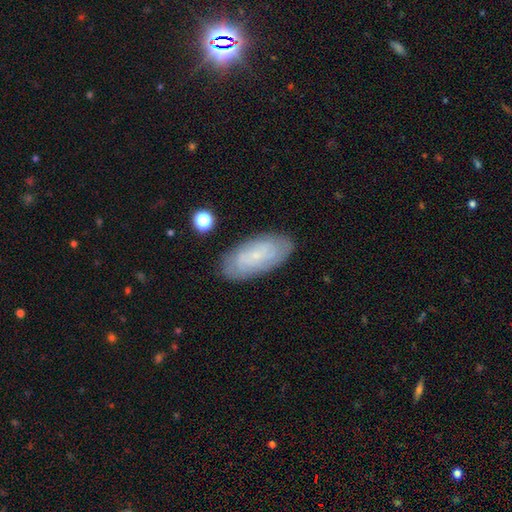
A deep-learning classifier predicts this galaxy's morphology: smooth-or-featured: featured or disk: 50% | smooth: 42% | star or artifact: 8%
  disk-edge-on: no: 91% | yes: 9%
  merging: none: 82% | minor disturbance: 13% | major disturbance: 3% | merger: 2%